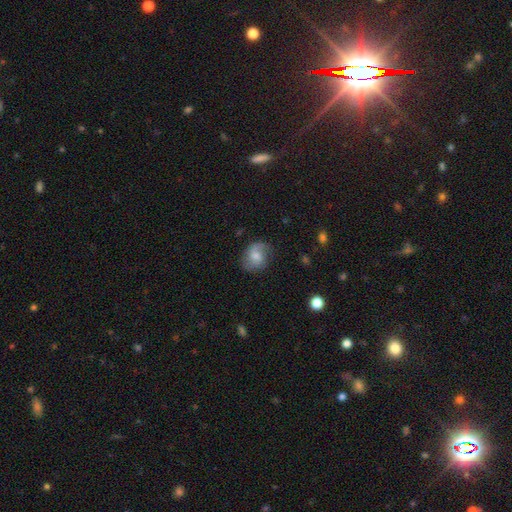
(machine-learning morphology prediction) Smooth or featured? featured or disk (48%)
Merging? none (68%)